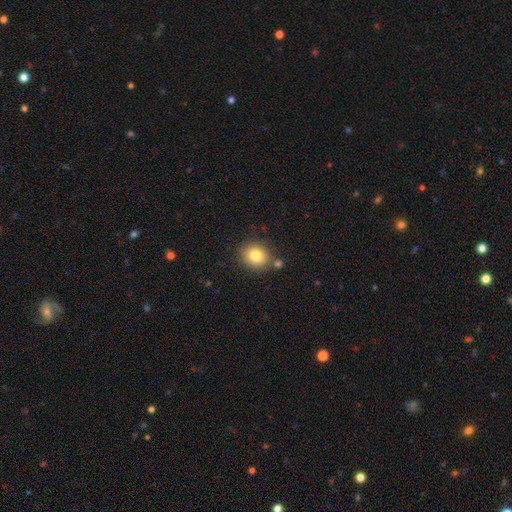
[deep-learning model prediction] This appears to be a smooth galaxy with no disk features (80%) that is round (77%). Merging: none (81%).